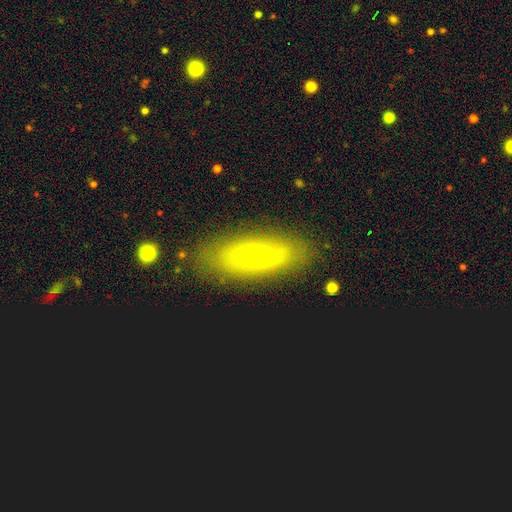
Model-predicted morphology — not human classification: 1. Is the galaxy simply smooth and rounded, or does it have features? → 49% smooth, 42% featured or disk, 9% star or artifact.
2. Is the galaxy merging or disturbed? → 82% none, 12% minor disturbance, 4% major disturbance, 2% merger.